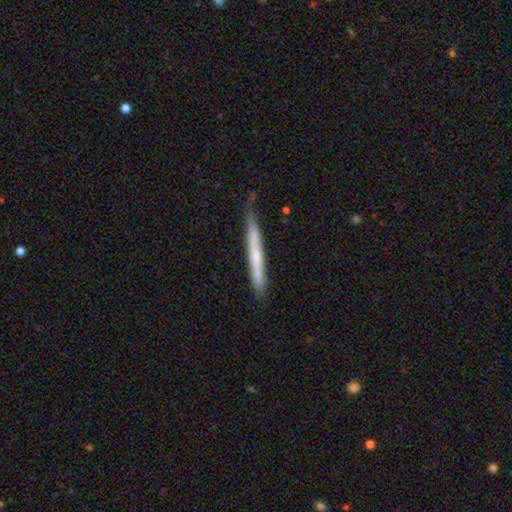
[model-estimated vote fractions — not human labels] A smooth galaxy with no disk features (52%) that is cigar-shaped (97%). Merging: none (78%).